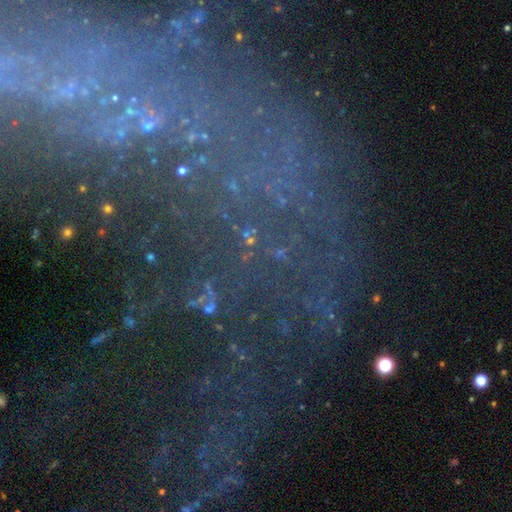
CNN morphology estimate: type=star or artifact (54%).